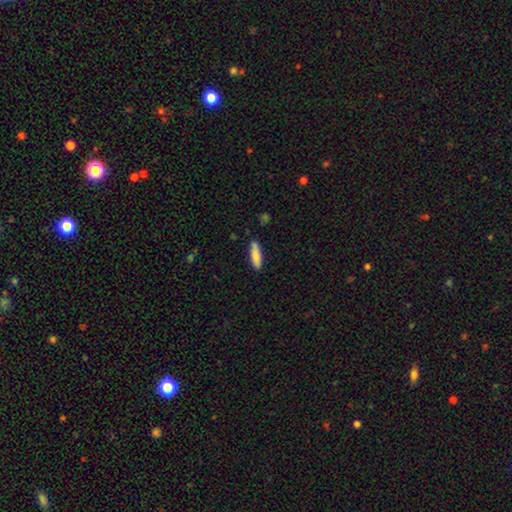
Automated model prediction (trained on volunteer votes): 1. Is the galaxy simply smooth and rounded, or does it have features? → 85% smooth, 10% featured or disk, 6% star or artifact.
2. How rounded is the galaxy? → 66% cigar-shaped, 33% in between, 2% round.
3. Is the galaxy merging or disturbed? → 82% none, 14% minor disturbance, 2% major disturbance, 2% merger.